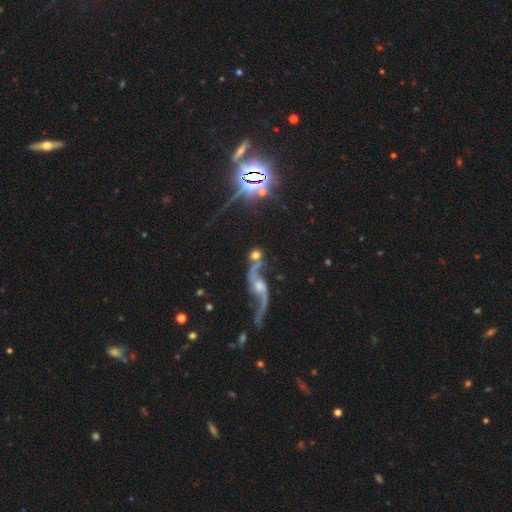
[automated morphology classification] Smooth or featured? featured or disk (63%)
Edge-on disk? no (92%)
Bar? no (62%)
Spiral arms? yes (87%)
Bulge size? moderate (36%)
Merging? none (49%)